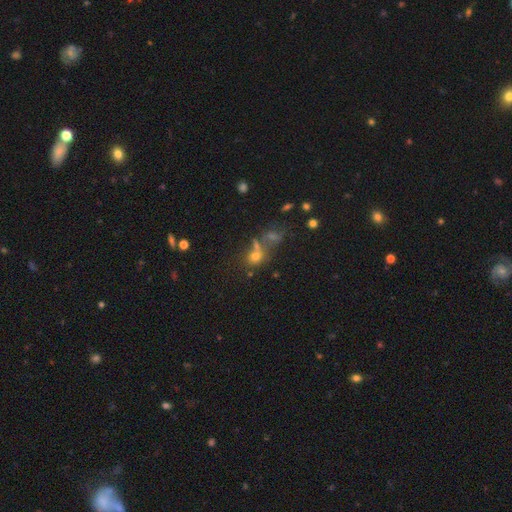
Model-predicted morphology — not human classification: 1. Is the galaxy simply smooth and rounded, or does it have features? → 56% smooth, 29% star or artifact, 16% featured or disk.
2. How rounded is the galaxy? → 69% round, 28% in between, 2% cigar-shaped.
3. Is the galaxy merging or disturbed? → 44% none, 37% merger, 11% minor disturbance, 9% major disturbance.